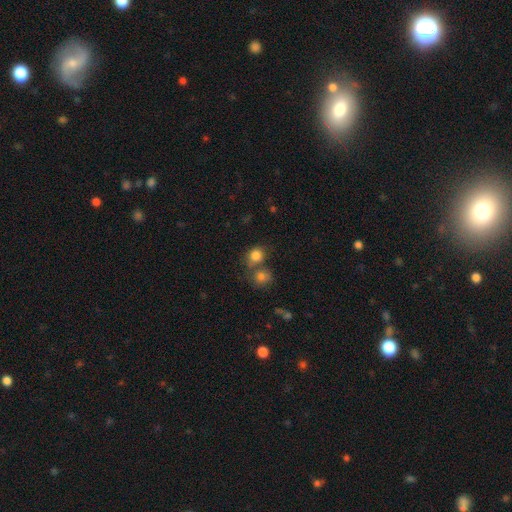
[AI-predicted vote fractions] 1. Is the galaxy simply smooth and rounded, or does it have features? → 81% smooth, 12% star or artifact, 8% featured or disk.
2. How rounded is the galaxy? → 73% round, 26% in between, 1% cigar-shaped.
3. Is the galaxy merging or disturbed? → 50% none, 34% merger, 11% minor disturbance, 5% major disturbance.